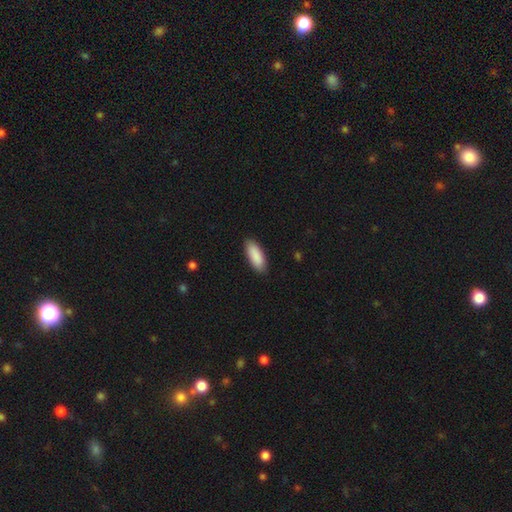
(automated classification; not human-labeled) The model was most divided on "how rounded": in between: 76%, cigar-shaped: 23%, round: 2%. More confident: smooth or featured — smooth (90%); merging — none (88%).